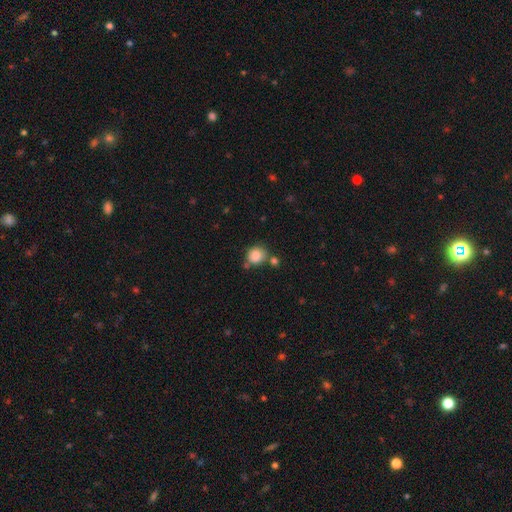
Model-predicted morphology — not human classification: smooth-or-featured: smooth: 85% | star or artifact: 9% | featured or disk: 6%
  how-rounded: round: 78% | in between: 21% | cigar-shaped: 1%
  merging: none: 61% | minor disturbance: 17% | merger: 17% | major disturbance: 5%